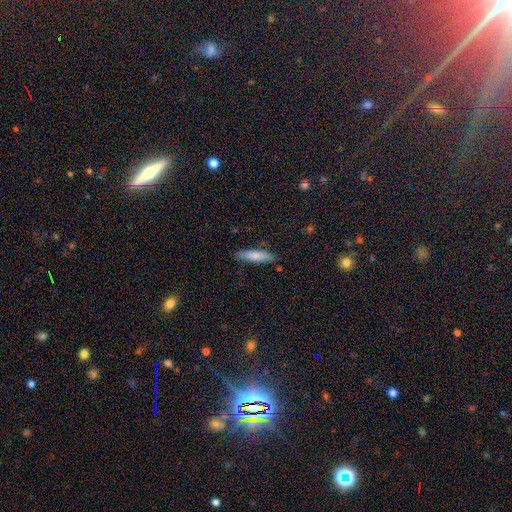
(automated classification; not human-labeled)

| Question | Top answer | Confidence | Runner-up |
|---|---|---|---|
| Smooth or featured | smooth | 78% | featured or disk (16%) |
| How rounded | cigar-shaped | 75% | in between (24%) |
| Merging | none | 85% | minor disturbance (11%) |